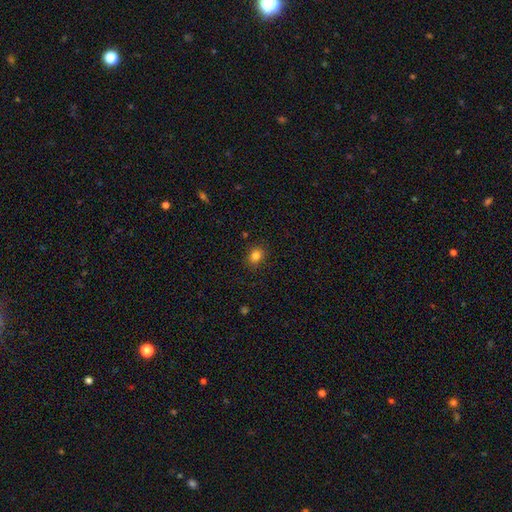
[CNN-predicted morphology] type=smooth (82%); roundness=round (58%); merging=none (88%).